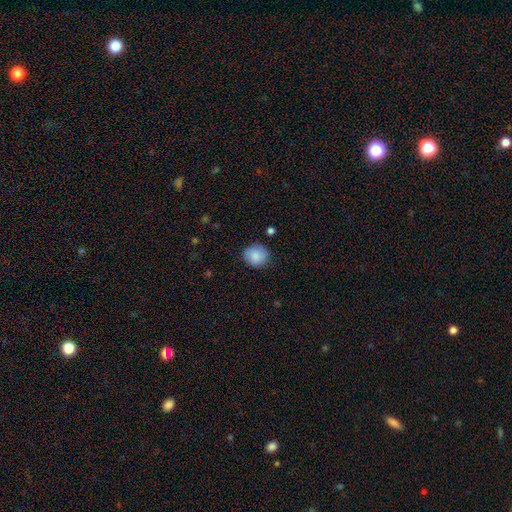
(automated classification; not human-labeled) A smooth galaxy with no disk features (85%) that is round (85%).

Vote fractions:
- Smooth or featured? smooth: 85% / featured or disk: 7% / star or artifact: 7%
- How rounded? round: 85% / in between: 14% / cigar-shaped: 1%
- Merging? none: 83% / minor disturbance: 12% / major disturbance: 3% / merger: 1%